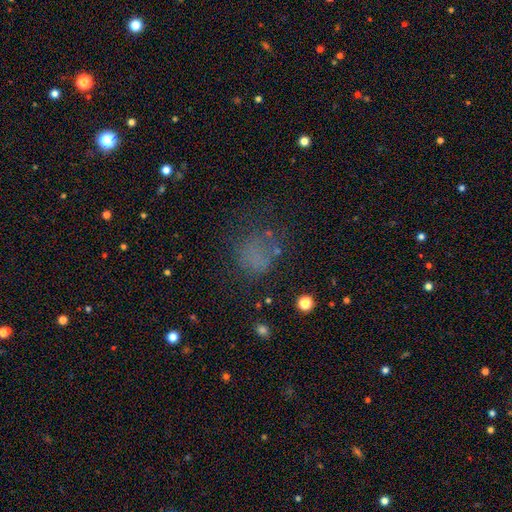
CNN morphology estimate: Smooth or featured? Predicted: smooth (p=0.57). How rounded? Predicted: round (p=0.67). Merging? Predicted: none (p=0.52).